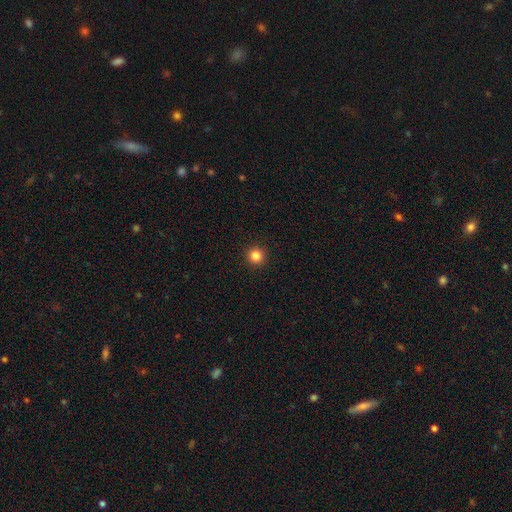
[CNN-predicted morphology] Smooth or featured? Predicted: smooth (p=0.84). How rounded? Predicted: round (p=0.95). Merging? Predicted: none (p=0.93).